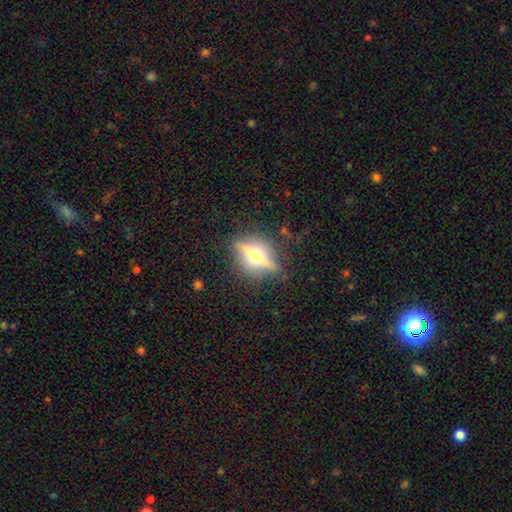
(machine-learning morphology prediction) The model was most divided on "smooth or featured": featured or disk: 73%, smooth: 18%, star or artifact: 8%. More confident: edge-on bulge — rounded (94%); edge-on disk — yes (86%); merging — none (80%).